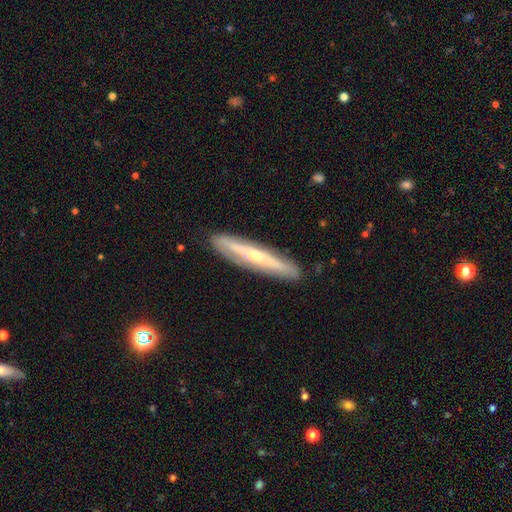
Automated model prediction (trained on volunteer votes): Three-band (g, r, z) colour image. It shows a featured or disk galaxy (66%) viewed edge-on (72%). Merging: none (87%).